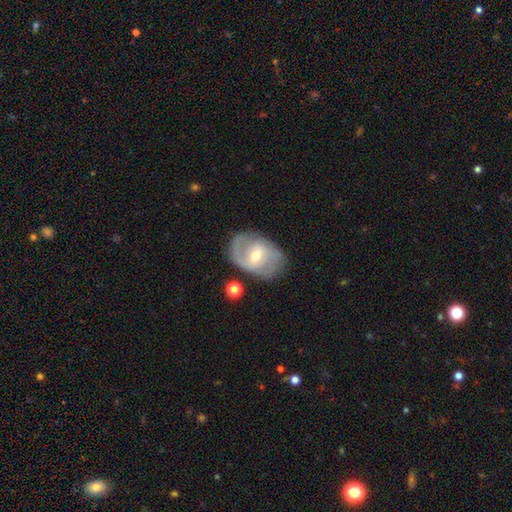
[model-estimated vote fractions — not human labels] Smooth or featured?
  - featured or disk: 74% *
  - smooth: 19%
  - star or artifact: 6%
Edge-on disk?
  - no: 96% *
  - yes: 4%
Bar?
  - weak: 53% *
  - no: 28%
  - strong: 19%
Spiral arms?
  - yes: 85% *
  - no: 15%
Spiral winding?
  - medium: 45% *
  - tight: 32%
  - loose: 23%
Spiral arm count?
  - 2: 64% *
  - can't tell: 18%
  - 1: 9%
  - 3: 5%
  - 4: 2%
  - more than 4: 1%
Bulge size?
  - moderate: 52% *
  - small: 43%
  - large: 2%
  - none: 1%
  - dominant: 1%
Merging?
  - none: 71% *
  - minor disturbance: 18%
  - major disturbance: 8%
  - merger: 3%